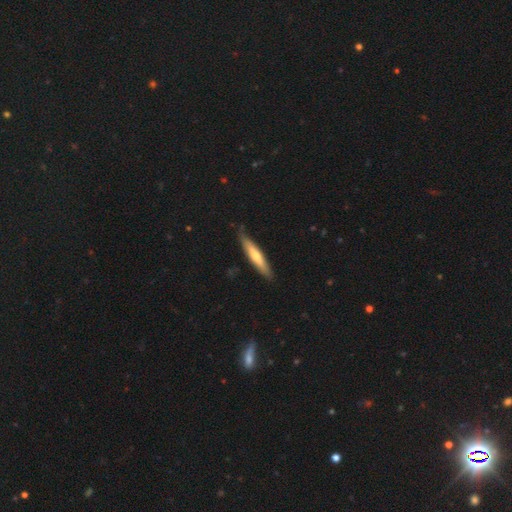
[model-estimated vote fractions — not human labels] Morphology: type=smooth (50%); roundness=cigar-shaped (88%); merging=none (83%).